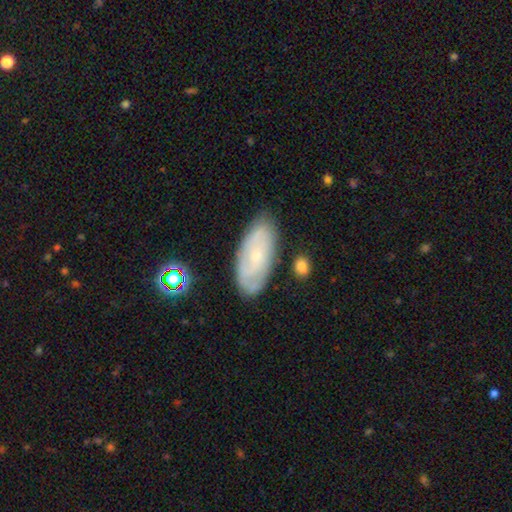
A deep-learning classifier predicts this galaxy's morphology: This appears to be a featured or disk galaxy (56%). Merging: none (76%).